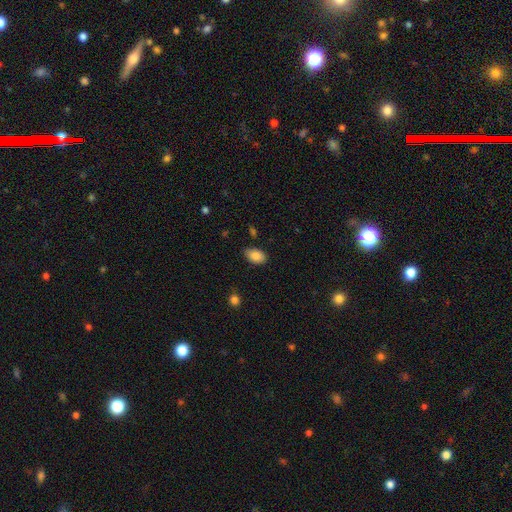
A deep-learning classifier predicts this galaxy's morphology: Overall: smooth (85%). How rounded: in between (91%). Merging: none (81%).